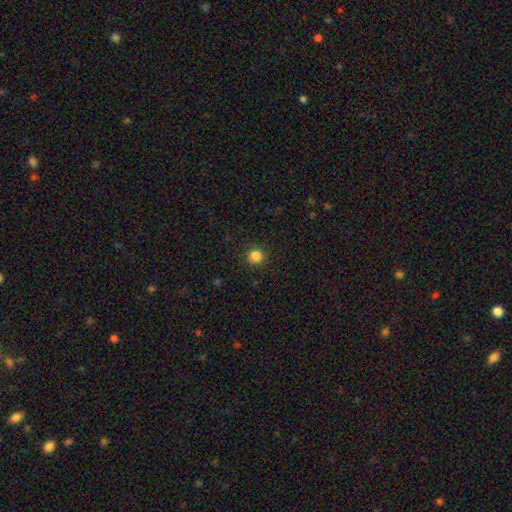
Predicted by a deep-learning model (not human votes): smooth-or-featured: smooth: 84% | star or artifact: 12% | featured or disk: 4%
  how-rounded: round: 93% | in between: 6% | cigar-shaped: 1%
  merging: none: 89% | minor disturbance: 7% | major disturbance: 2% | merger: 1%